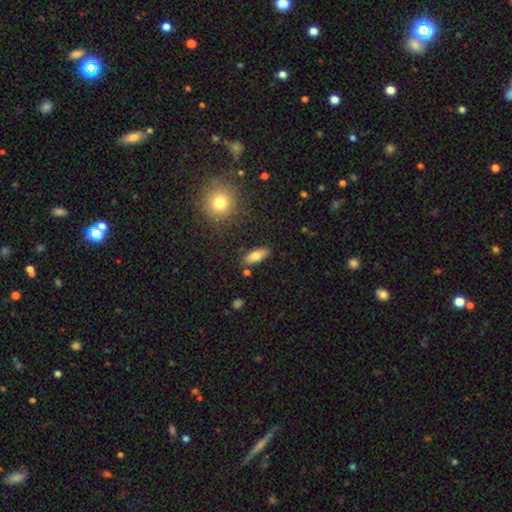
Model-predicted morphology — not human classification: smooth_or_featured: smooth (p=0.77) [alt: featured or disk p=0.15]
how_rounded: in between (p=0.81) [alt: cigar-shaped p=0.16]
merging: none (p=0.84) [alt: minor disturbance p=0.10]